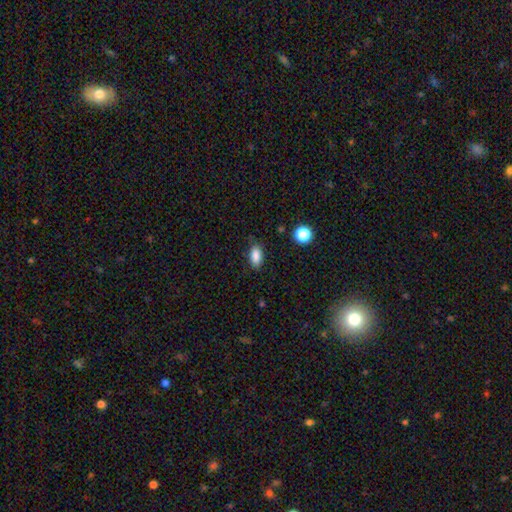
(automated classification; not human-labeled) Smooth or featured? Predicted: smooth (p=0.87). How rounded? Predicted: in between (p=0.89). Merging? Predicted: none (p=0.83).